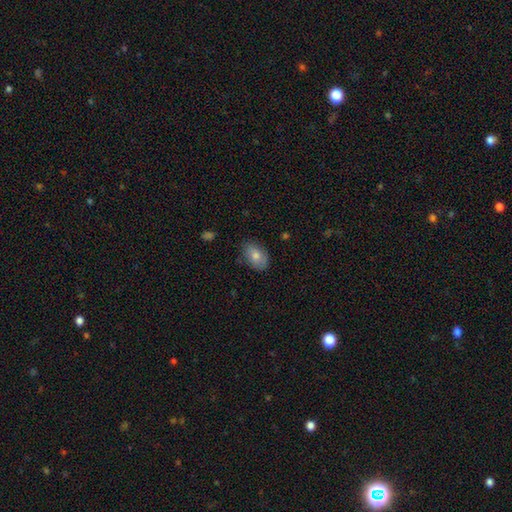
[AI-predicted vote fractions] A smooth galaxy with no disk features (79%) that is in between round and cigar-shaped (88%). Merging: none (76%).